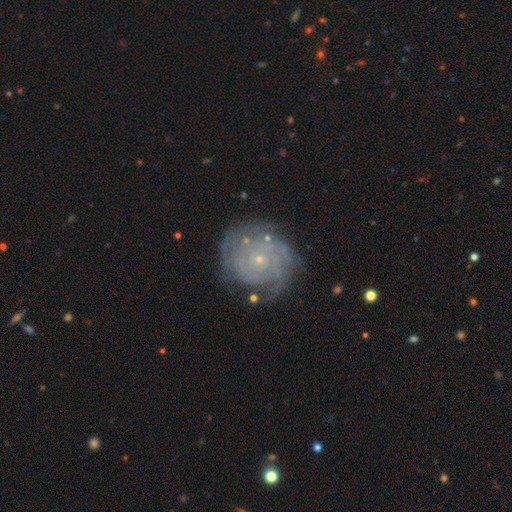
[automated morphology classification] A featured or disk galaxy (69%) with no bar (85%), tight (74%) spiral arms (84%) and a small central bulge (84%). Merging: none (76%).